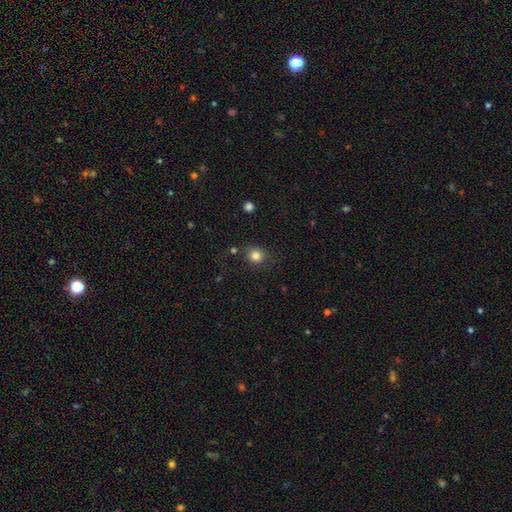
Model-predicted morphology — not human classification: The model was most divided on "how rounded": round: 81%, in between: 19%, cigar-shaped: 1%. More confident: smooth or featured — smooth (83%); merging — none (79%).